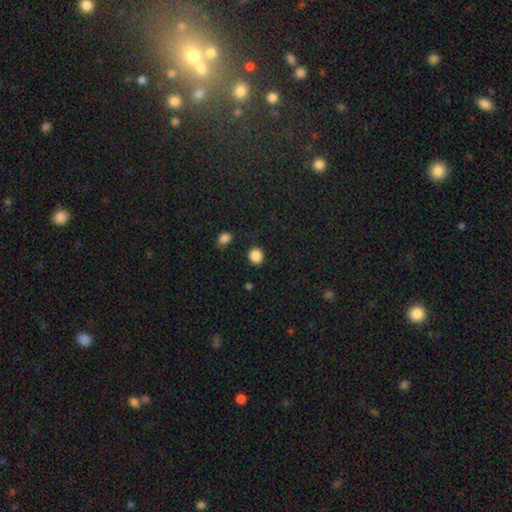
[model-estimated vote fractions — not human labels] Morphology: type=smooth (87%); roundness=round (78%); merging=none (85%).